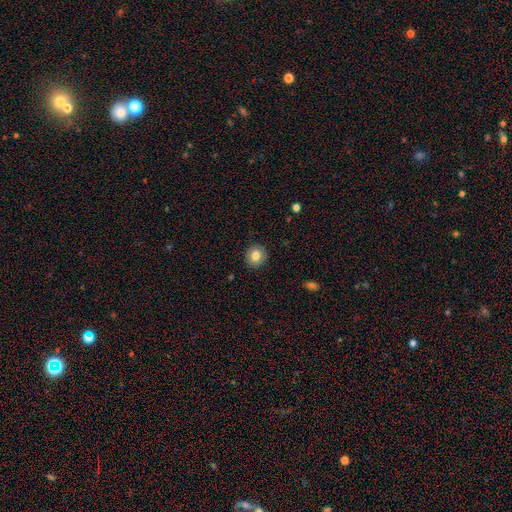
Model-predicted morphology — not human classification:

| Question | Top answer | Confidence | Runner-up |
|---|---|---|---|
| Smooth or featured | smooth | 81% | featured or disk (10%) |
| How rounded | round | 84% | in between (15%) |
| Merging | none | 91% | minor disturbance (7%) |